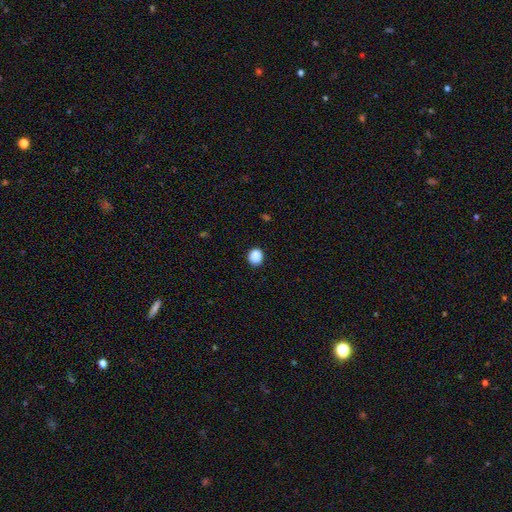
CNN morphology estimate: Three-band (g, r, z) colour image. It shows a smooth galaxy with no disk features (88%) that is round (79%). Merging: none (88%).